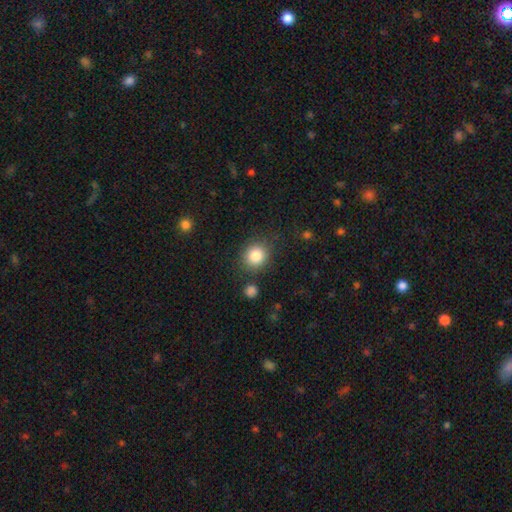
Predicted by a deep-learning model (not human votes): The model was most divided on "how rounded": round: 81%, in between: 18%, cigar-shaped: 1%. More confident: smooth or featured — smooth (86%); merging — none (82%).